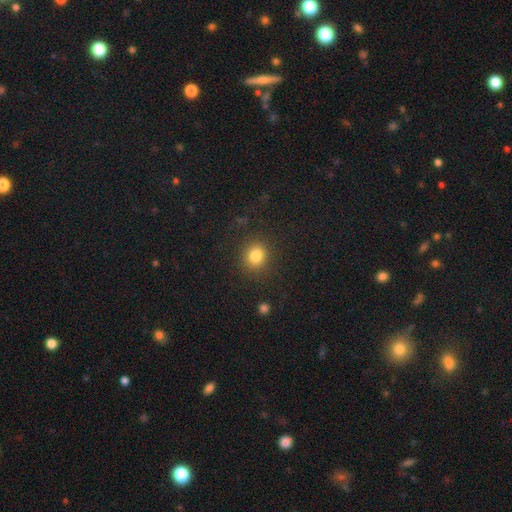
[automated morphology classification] smooth_or_featured: smooth (p=0.83) [alt: star or artifact p=0.11]
how_rounded: round (p=0.76) [alt: in between p=0.23]
merging: none (p=0.85) [alt: minor disturbance p=0.09]